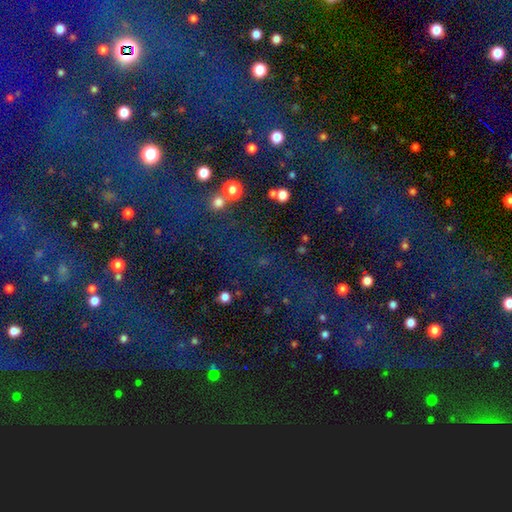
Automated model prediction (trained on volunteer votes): Q: Smooth or featured?
A: star or artifact (80%); runner-up: smooth (11%)